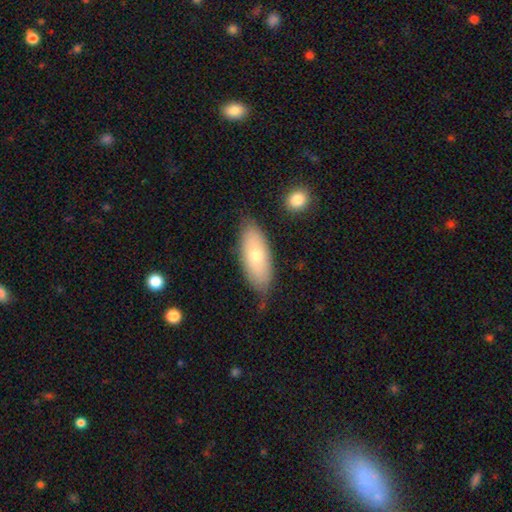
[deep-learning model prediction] This appears to be a smooth galaxy with no disk features (67%) that is in between round and cigar-shaped (82%). Merging: none (75%).